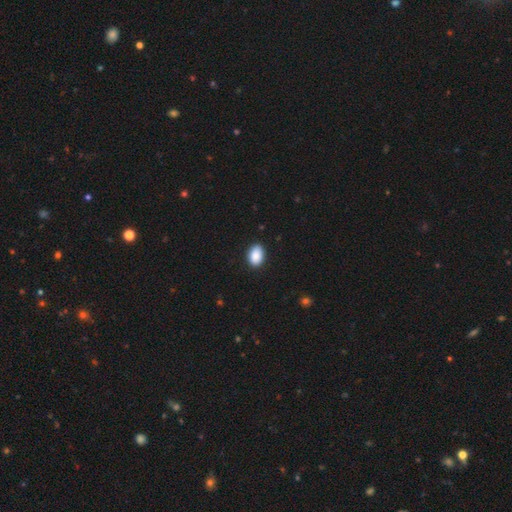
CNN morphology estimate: This appears to be a smooth galaxy with no disk features (89%) that is in between round and cigar-shaped (86%). Merging: none (86%).